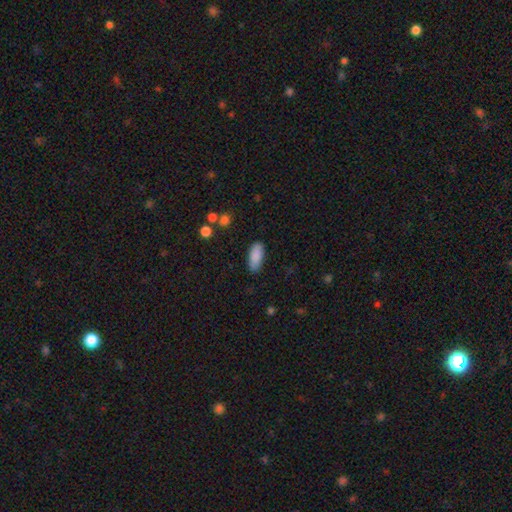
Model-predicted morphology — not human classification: This is clearly a smooth galaxy (88%). How rounded: clearly in between (84%). Merging: clearly none (85%).